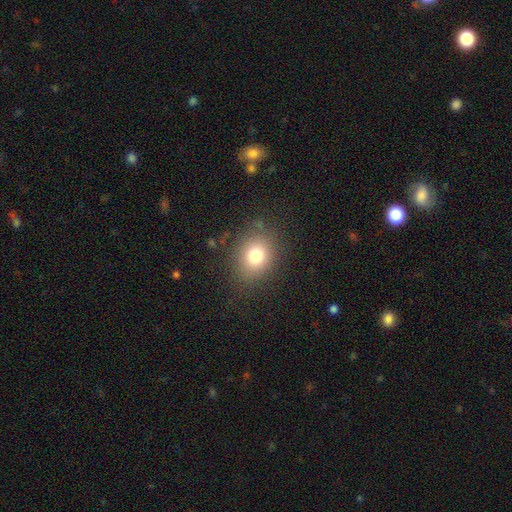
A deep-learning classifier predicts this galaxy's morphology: A smooth galaxy with no disk features (78%) that is round (50%). Merging: none (81%).